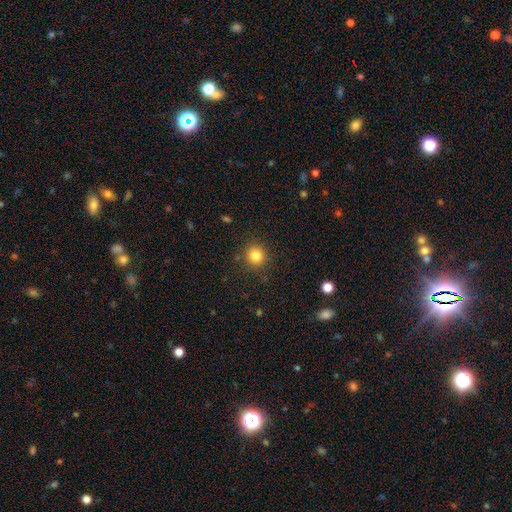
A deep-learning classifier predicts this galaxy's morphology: smooth_or_featured: smooth (p=0.82) [alt: star or artifact p=0.12]
how_rounded: round (p=0.92) [alt: in between p=0.07]
merging: none (p=0.89) [alt: minor disturbance p=0.07]